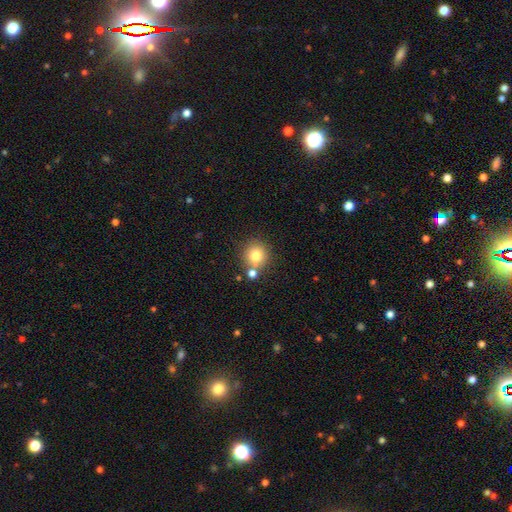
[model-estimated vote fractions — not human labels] smooth 77%, star or artifact 12%, featured or disk 10%. Down the decision tree: how rounded — round (89%); merging — none (70%).